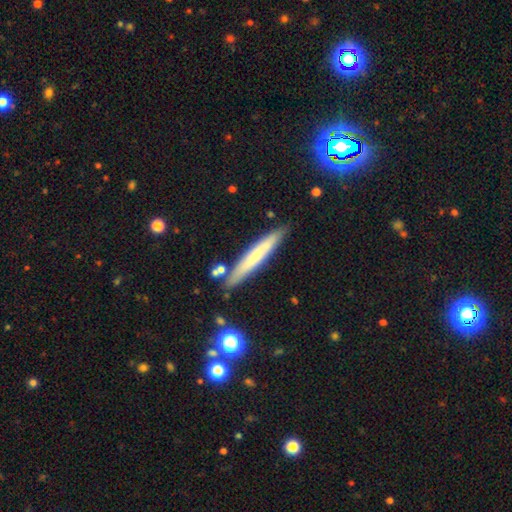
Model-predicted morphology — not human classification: This appears to be a smooth galaxy with no disk features (62%) that is cigar-shaped (95%). Merging: none (85%).